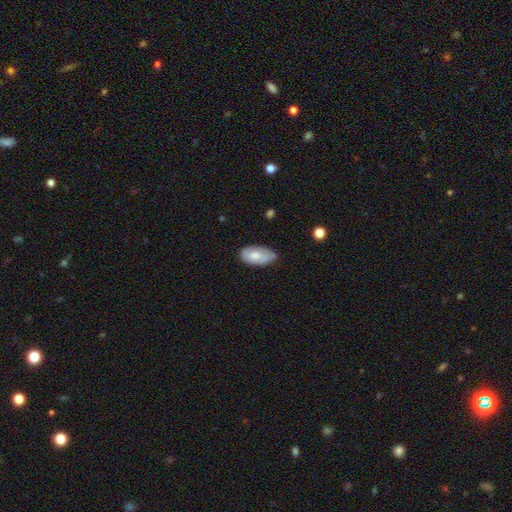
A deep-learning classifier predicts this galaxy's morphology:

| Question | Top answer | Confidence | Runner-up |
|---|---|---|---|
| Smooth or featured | smooth | 69% | featured or disk (25%) |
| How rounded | in between | 94% | round (3%) |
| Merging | none | 53% | minor disturbance (37%) |